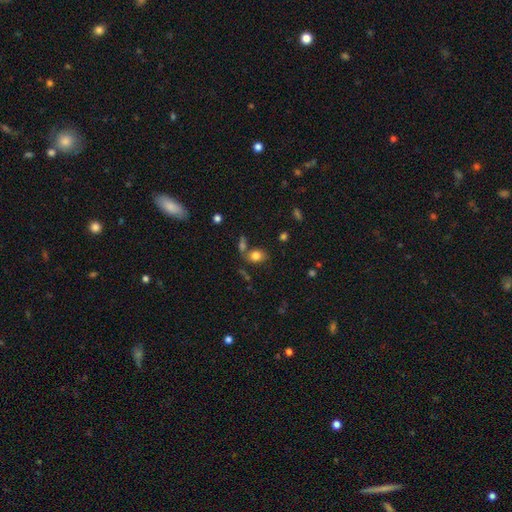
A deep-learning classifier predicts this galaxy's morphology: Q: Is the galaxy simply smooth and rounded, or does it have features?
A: smooth — 80%.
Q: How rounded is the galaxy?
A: in between — 67%.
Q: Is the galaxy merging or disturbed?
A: none — 62%.